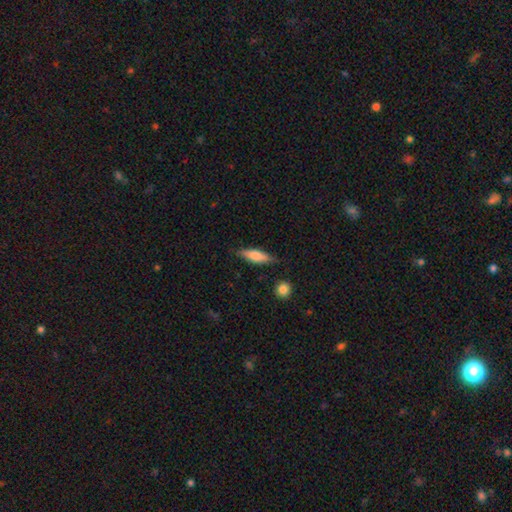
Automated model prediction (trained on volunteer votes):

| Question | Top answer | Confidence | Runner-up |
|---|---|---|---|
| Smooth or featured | smooth | 67% | featured or disk (27%) |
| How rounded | cigar-shaped | 52% | in between (45%) |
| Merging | none | 79% | minor disturbance (15%) |